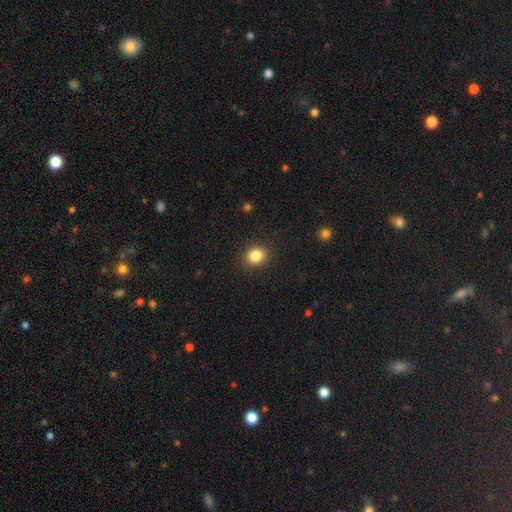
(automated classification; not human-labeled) The model was most divided on "how rounded": round: 76%, in between: 23%, cigar-shaped: 1%. More confident: merging — none (89%); smooth or featured — smooth (84%).